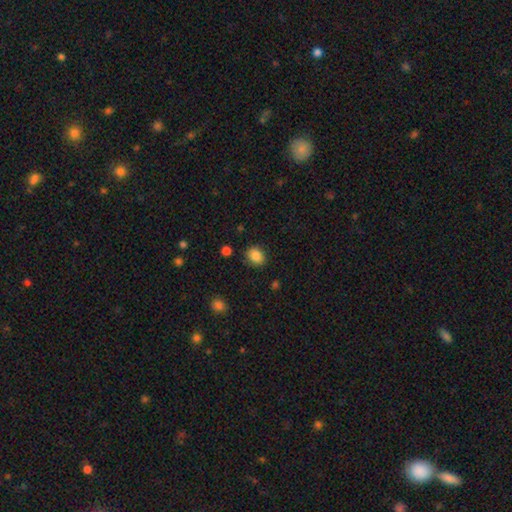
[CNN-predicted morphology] Overall: smooth (86%). How rounded: round (53%; in between 46%). Merging: none (84%).